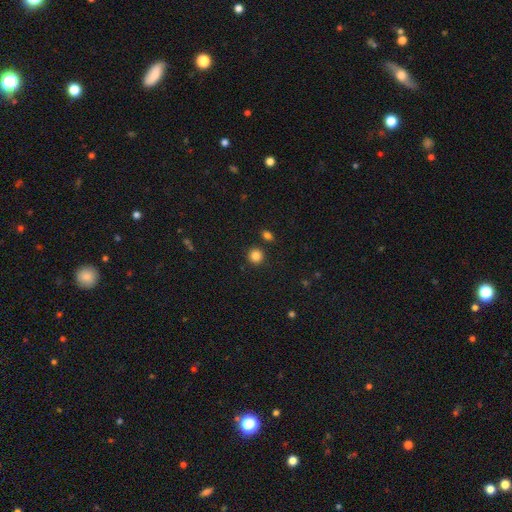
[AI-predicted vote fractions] Morphology: type=smooth (85%); roundness=round (93%); merging=none (88%).